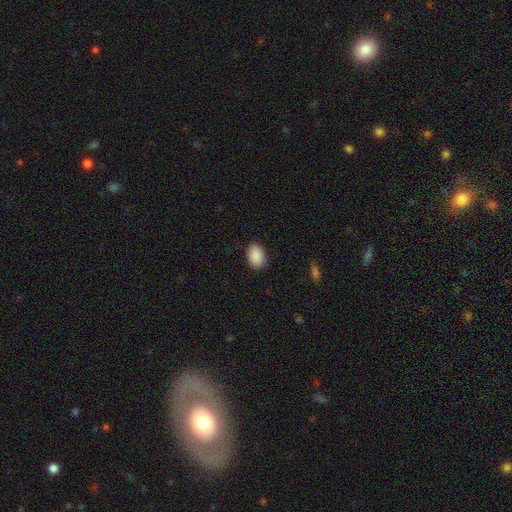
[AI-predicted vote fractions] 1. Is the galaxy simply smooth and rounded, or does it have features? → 90% smooth, 7% star or artifact, 3% featured or disk.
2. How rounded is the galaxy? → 83% in between, 16% round, 1% cigar-shaped.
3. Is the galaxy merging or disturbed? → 87% none, 10% minor disturbance, 2% major disturbance, 1% merger.